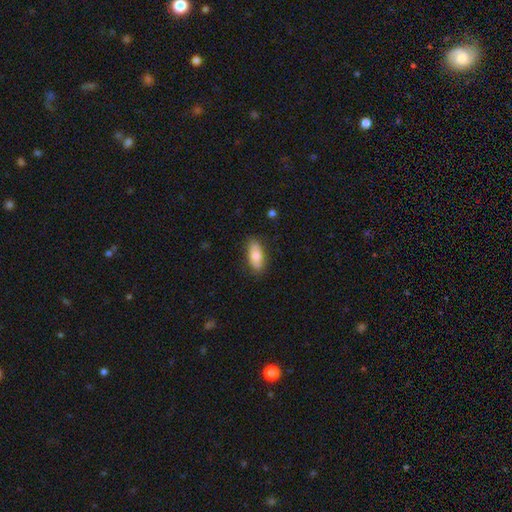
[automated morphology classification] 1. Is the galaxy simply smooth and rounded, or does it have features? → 75% smooth, 19% featured or disk, 6% star or artifact.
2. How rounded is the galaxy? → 85% in between, 12% cigar-shaped, 3% round.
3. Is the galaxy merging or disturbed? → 84% none, 13% minor disturbance, 3% major disturbance, 1% merger.